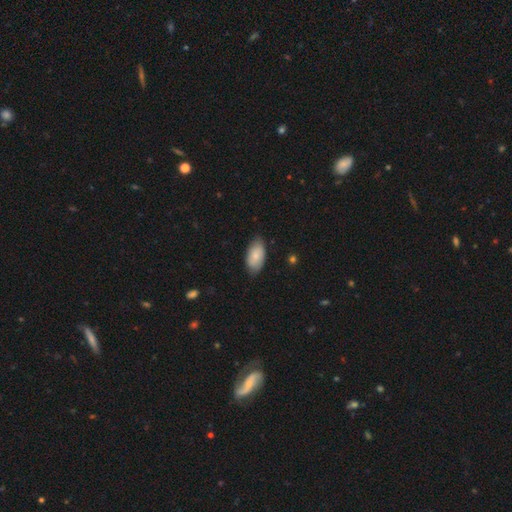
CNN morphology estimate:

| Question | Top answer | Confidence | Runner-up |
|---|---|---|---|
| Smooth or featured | smooth | 82% | featured or disk (13%) |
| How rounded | in between | 95% | round (3%) |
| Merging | none | 76% | minor disturbance (20%) |